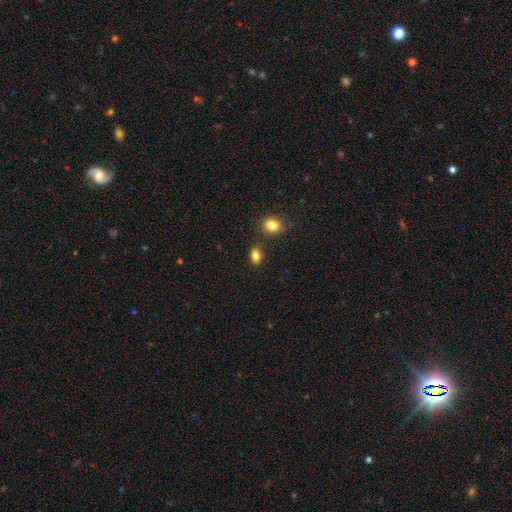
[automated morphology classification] Smooth or featured: smooth — 82% (star or artifact — 10%)
How rounded: in between — 84% (round — 11%)
Merging: none — 79% (minor disturbance — 11%)